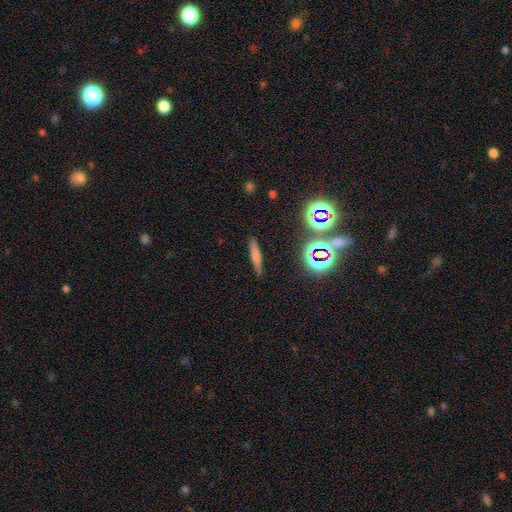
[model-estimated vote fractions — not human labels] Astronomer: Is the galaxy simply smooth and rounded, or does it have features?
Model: smooth — 61%.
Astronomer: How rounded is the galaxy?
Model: cigar-shaped — 90%.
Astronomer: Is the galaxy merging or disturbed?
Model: none — 88%.